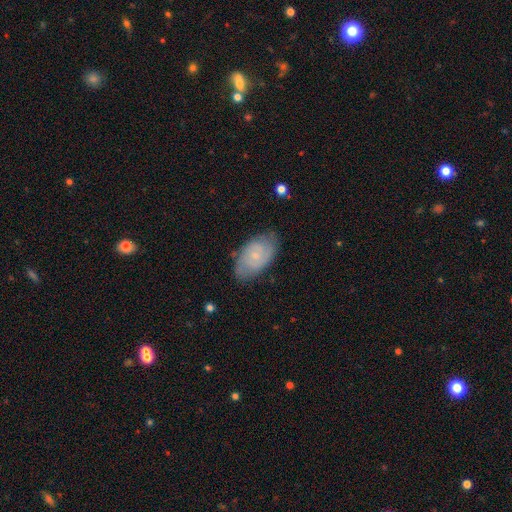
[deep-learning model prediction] Overall: featured or disk (63%; smooth 31%). Edge-on disk: no (96%). Bar: no (73%). Spiral arms: yes (87%). Spiral arm count: 2 (55%; can't tell 29%). Spiral winding: tight (55%; medium 35%). Bulge size: small (77%). Merging: none (75%).